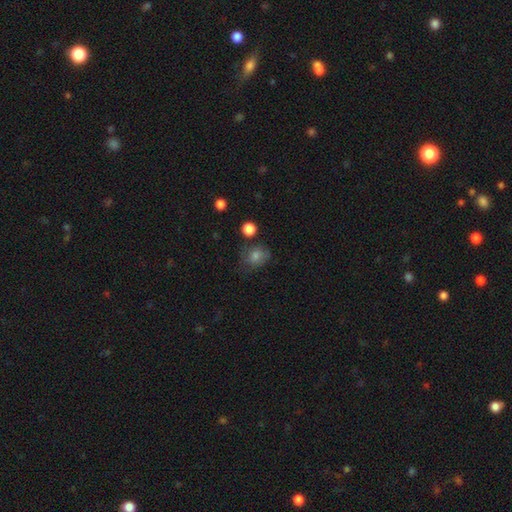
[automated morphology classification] The model was most divided on "how rounded": round: 57%, in between: 42%, cigar-shaped: 1%. More confident: smooth or featured — smooth (70%); merging — none (63%).